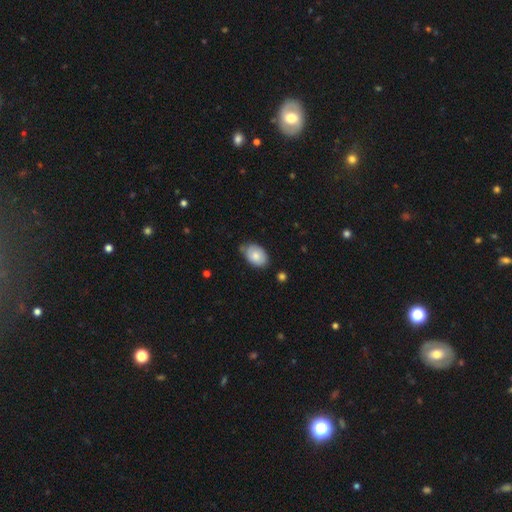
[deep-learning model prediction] This is clearly a smooth galaxy (81%). How rounded: clearly in between (88%). Merging: likely none (67%).